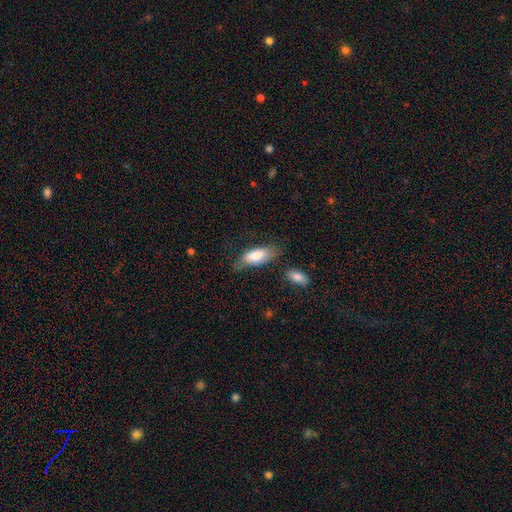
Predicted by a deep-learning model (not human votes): The model was most divided on "merging": none: 58%, minor disturbance: 28%, major disturbance: 10%, merger: 4%. More confident: smooth or featured — smooth (78%); how rounded — in between (78%).